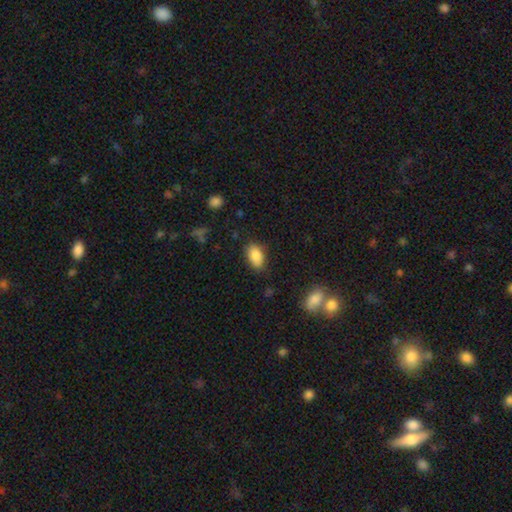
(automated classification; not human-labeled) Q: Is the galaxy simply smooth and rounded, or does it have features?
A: smooth — 88%.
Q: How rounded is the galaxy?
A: in between — 92%.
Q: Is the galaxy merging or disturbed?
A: none — 80%.